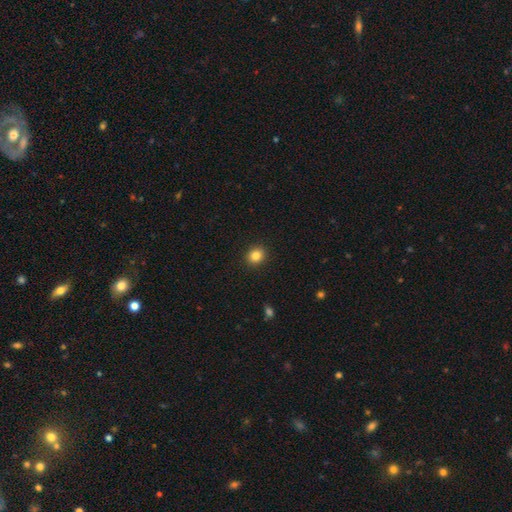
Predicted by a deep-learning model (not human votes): smooth 84%, star or artifact 11%, featured or disk 5%. Down the decision tree: how rounded — round (81%); merging — none (92%).